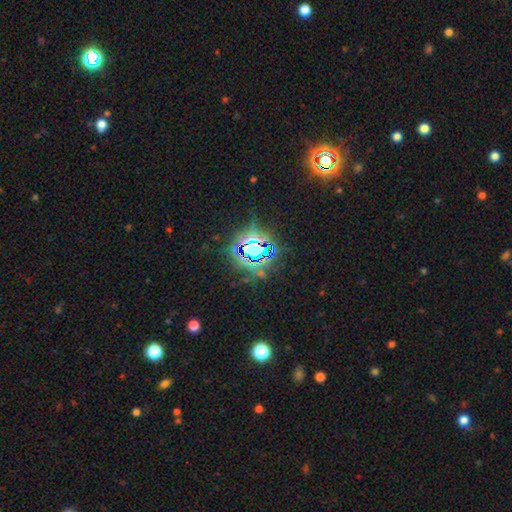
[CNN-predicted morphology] smooth_or_featured: star or artifact (p=0.83) [alt: smooth p=0.09]